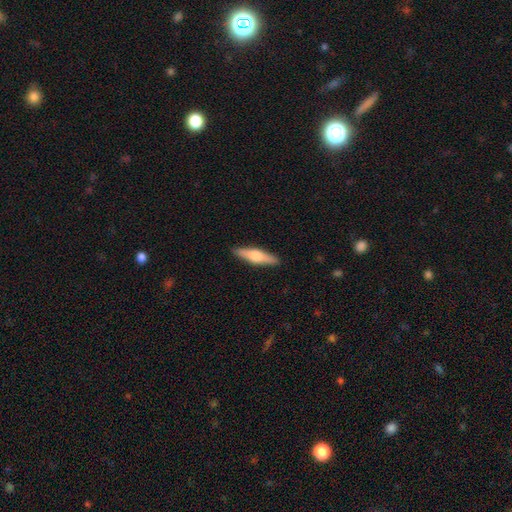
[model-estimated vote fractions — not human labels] A smooth galaxy with no disk features (57%) that is cigar-shaped (71%).

Vote fractions:
- Smooth or featured? smooth: 57% / featured or disk: 37% / star or artifact: 6%
- How rounded? cigar-shaped: 71% / in between: 27% / round: 2%
- Merging? none: 89% / minor disturbance: 8% / major disturbance: 2% / merger: 1%